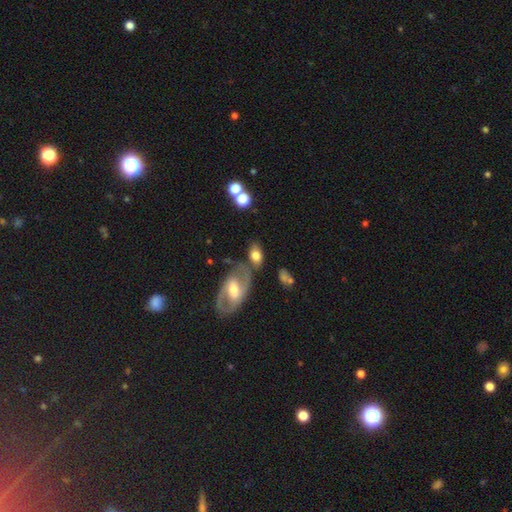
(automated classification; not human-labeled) This appears to be a smooth galaxy with no disk features (66%) that is in between round and cigar-shaped (83%). Merging: none (57%).